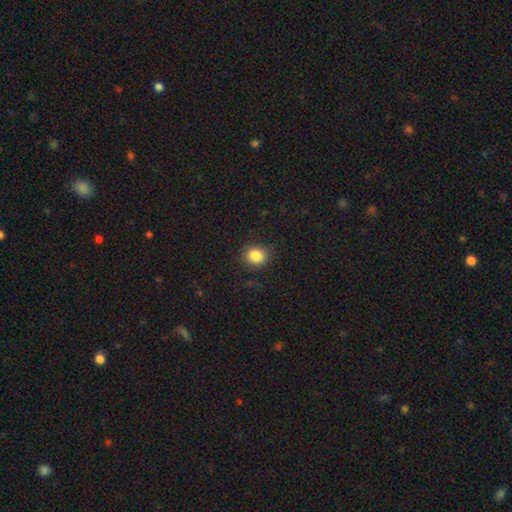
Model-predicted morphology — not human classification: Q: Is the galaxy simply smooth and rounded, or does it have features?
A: smooth — 85%.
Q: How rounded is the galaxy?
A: round — 81%.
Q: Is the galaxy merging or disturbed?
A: none — 88%.